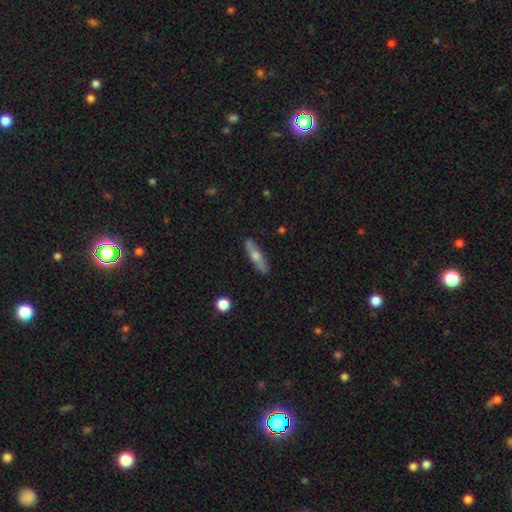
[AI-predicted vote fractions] Morphology: type=smooth (55%); roundness=cigar-shaped (74%); merging=none (86%).